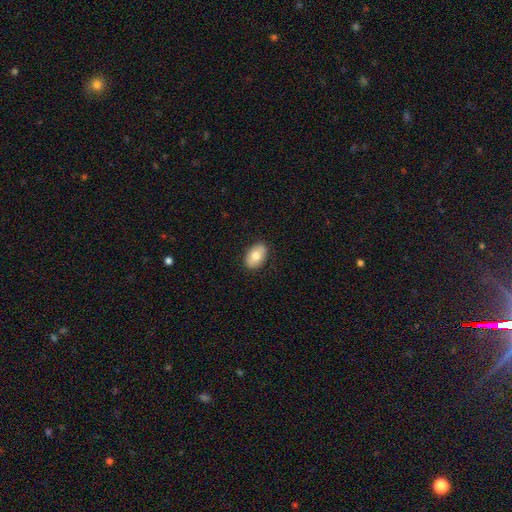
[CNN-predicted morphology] This appears to be a smooth galaxy with no disk features (75%) that is in between round and cigar-shaped (88%). Merging: none (87%).